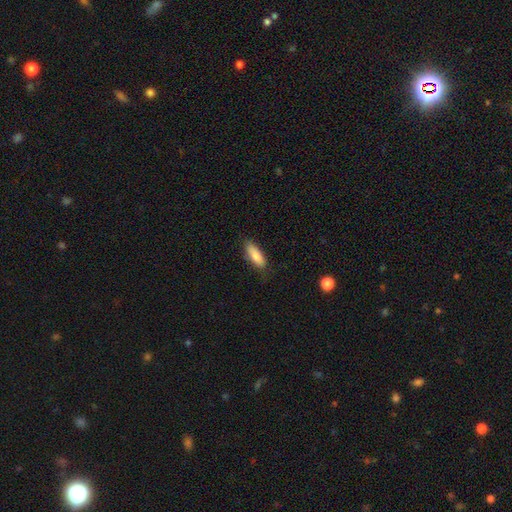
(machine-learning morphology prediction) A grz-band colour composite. It shows a smooth galaxy with no disk features (84%) that is in between round and cigar-shaped (64%). Merging: none (78%).